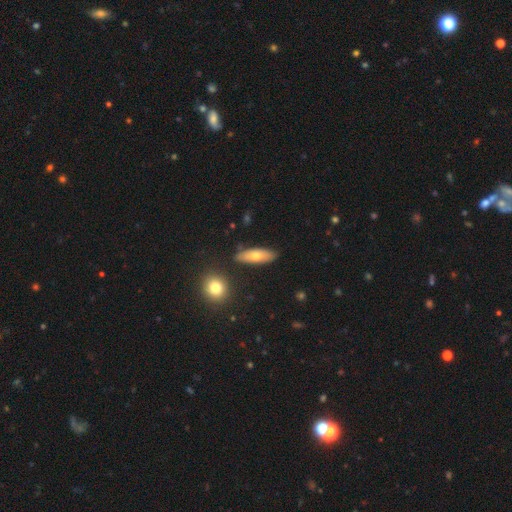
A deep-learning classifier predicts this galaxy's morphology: smooth 66%, featured or disk 28%, star or artifact 6%. Down the decision tree: how rounded — in between (58%); merging — none (83%).